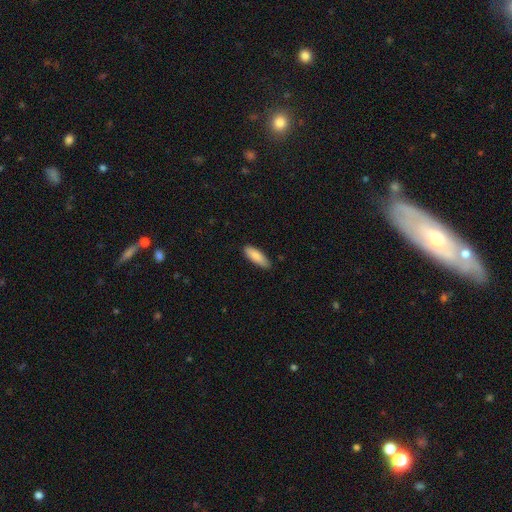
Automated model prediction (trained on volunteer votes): Smooth or featured?
  - smooth: 87% *
  - featured or disk: 8%
  - star or artifact: 6%
How rounded?
  - in between: 58% *
  - cigar-shaped: 41%
  - round: 2%
Merging?
  - none: 83% *
  - minor disturbance: 14%
  - major disturbance: 2%
  - merger: 1%